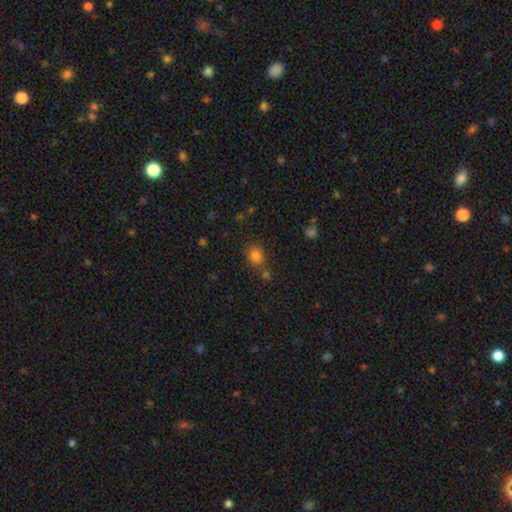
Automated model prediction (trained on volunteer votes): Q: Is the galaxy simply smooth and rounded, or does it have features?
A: smooth — 79%.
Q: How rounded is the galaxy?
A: round — 63%.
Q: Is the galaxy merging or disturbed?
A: none — 67%.